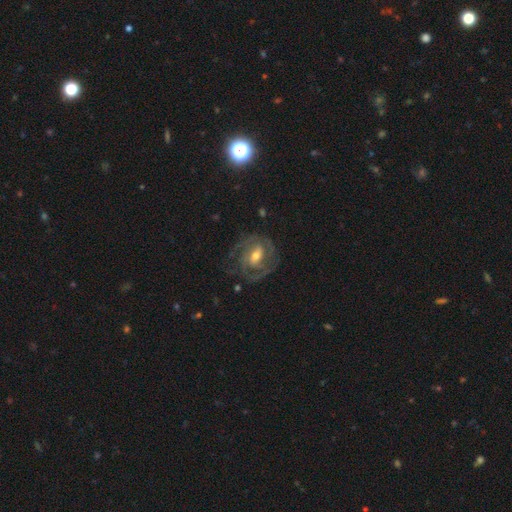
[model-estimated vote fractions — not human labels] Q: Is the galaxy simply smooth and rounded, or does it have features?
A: featured or disk — 85%.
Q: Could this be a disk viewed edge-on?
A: no — 97%.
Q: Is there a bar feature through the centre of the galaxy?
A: weak — 45%.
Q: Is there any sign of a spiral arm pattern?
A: yes — 92%.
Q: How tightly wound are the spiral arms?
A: tight — 52%.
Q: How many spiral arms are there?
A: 2 — 53%.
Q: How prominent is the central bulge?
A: moderate — 61%.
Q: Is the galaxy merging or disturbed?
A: none — 71%.